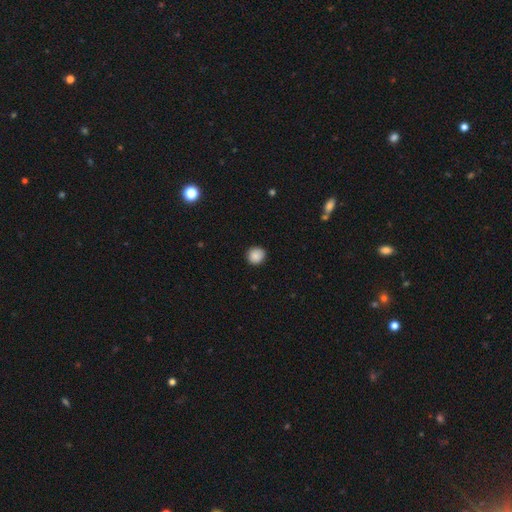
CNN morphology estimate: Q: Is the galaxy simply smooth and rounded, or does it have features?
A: smooth — 88%.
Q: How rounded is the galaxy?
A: round — 91%.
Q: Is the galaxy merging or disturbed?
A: none — 90%.